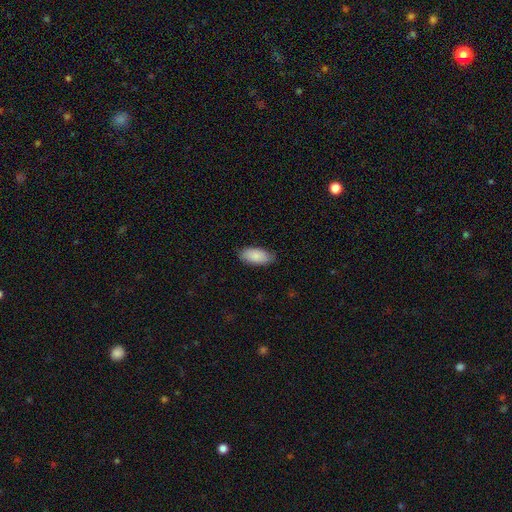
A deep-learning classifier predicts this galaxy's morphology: A smooth galaxy with no disk features (89%) that is in between round and cigar-shaped (93%).

Vote fractions:
- Smooth or featured? smooth: 89% / star or artifact: 6% / featured or disk: 6%
- How rounded? in between: 93% / cigar-shaped: 5% / round: 2%
- Merging? none: 82% / minor disturbance: 15% / major disturbance: 2% / merger: 1%